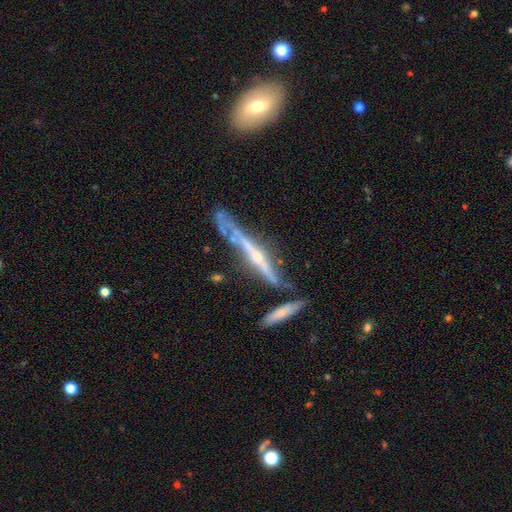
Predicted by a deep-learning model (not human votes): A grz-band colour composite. It shows a featured or disk galaxy (77%) viewed edge-on (90%) with a rounded central bulge (60%). Merging: none (50%).